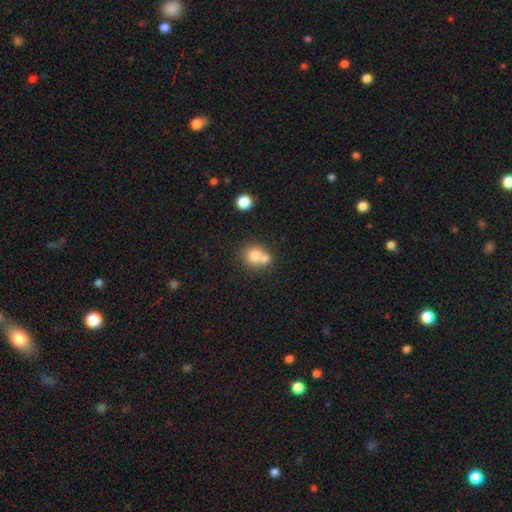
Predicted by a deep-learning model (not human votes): smooth-or-featured: smooth: 75% | featured or disk: 14% | star or artifact: 11%
  how-rounded: round: 81% | in between: 18% | cigar-shaped: 1%
  merging: merger: 51% | none: 38% | minor disturbance: 7% | major disturbance: 3%